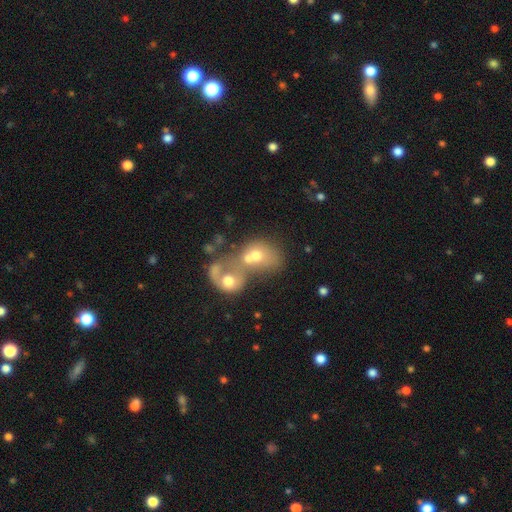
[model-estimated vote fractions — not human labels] Smooth or featured? smooth (52%)
How rounded? round (53%)
Merging? merger (80%)